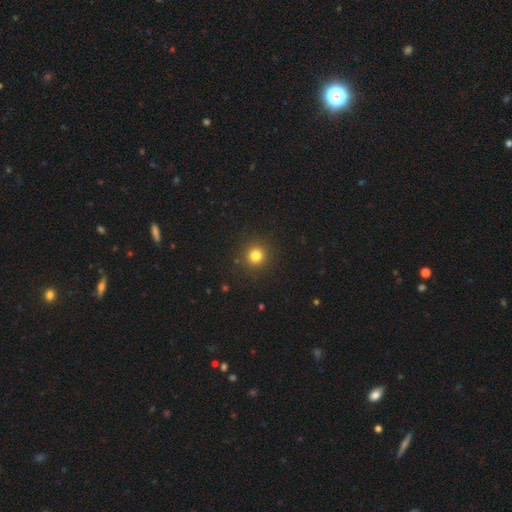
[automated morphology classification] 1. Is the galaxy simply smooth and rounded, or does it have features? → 80% smooth, 14% star or artifact, 5% featured or disk.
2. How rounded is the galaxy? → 94% round, 5% in between, 1% cigar-shaped.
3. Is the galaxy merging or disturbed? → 91% none, 6% minor disturbance, 2% major disturbance, 1% merger.